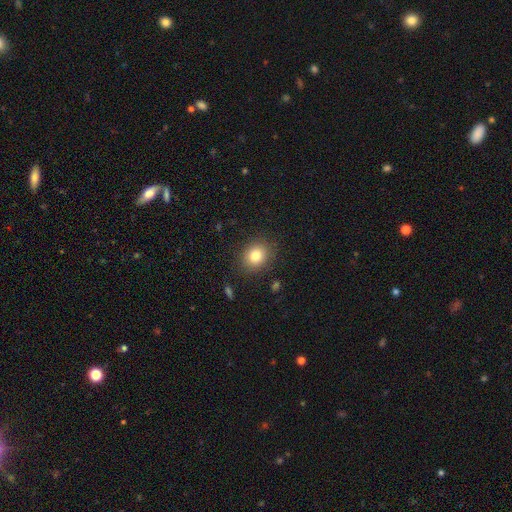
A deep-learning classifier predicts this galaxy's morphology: smooth-or-featured: smooth: 82% | star or artifact: 11% | featured or disk: 8%
  how-rounded: round: 66% | in between: 33% | cigar-shaped: 1%
  merging: none: 87% | minor disturbance: 9% | major disturbance: 3% | merger: 1%